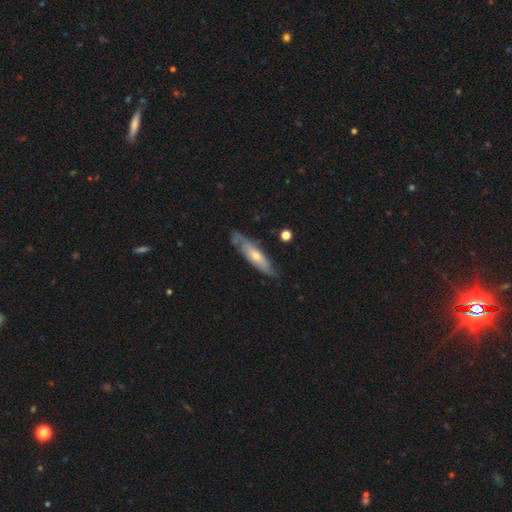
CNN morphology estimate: This appears to be a featured or disk galaxy (57%). Merging: none (71%).